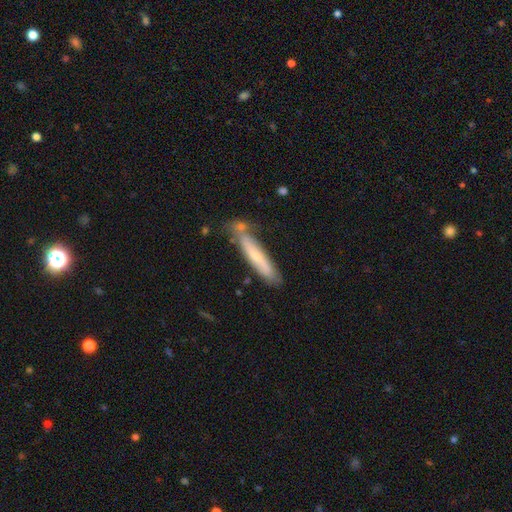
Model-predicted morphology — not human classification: Smooth or featured? Predicted: smooth (p=0.51). How rounded? Predicted: cigar-shaped (p=0.88). Merging? Predicted: none (p=0.60).